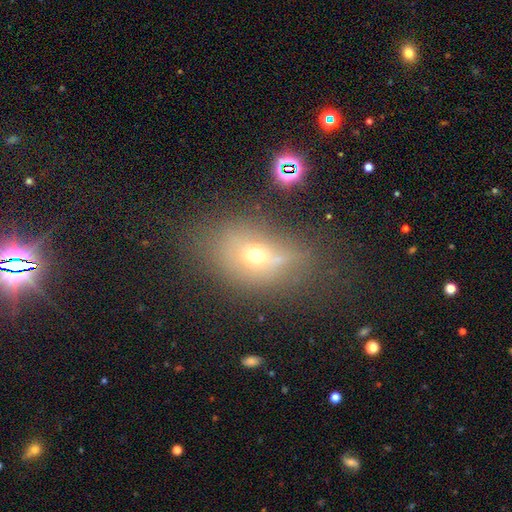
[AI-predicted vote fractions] Smooth or featured? smooth (51%)
How rounded? in between (66%)
Merging? none (50%)